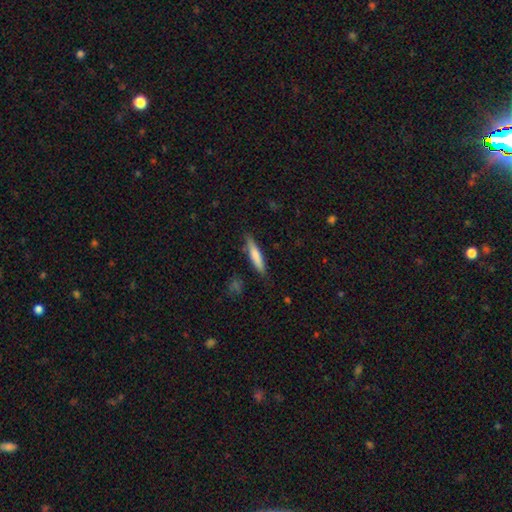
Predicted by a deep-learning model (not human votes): smooth_or_featured: smooth (p=0.74) [alt: featured or disk p=0.20]
how_rounded: cigar-shaped (p=0.84) [alt: in between p=0.14]
merging: none (p=0.81) [alt: minor disturbance p=0.14]